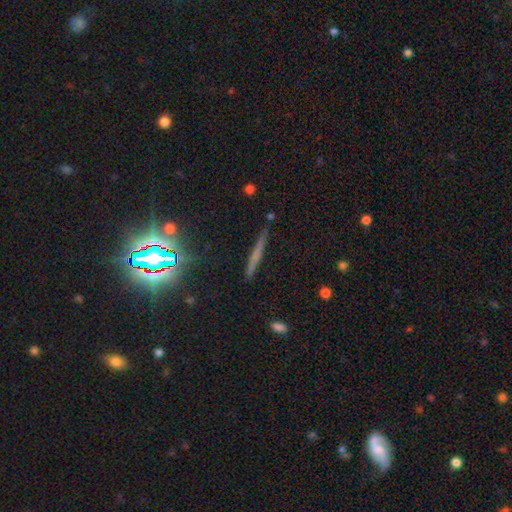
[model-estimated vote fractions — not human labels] smooth 44%, featured or disk 36%, star or artifact 20%. Down the decision tree: merging — none (86%).